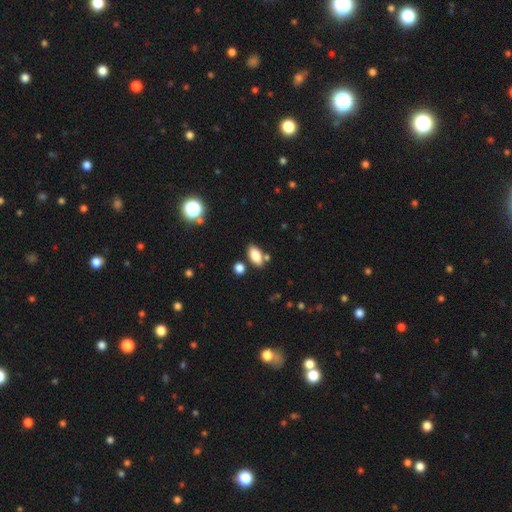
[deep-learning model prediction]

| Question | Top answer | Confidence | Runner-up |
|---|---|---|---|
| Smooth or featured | smooth | 82% | star or artifact (9%) |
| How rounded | in between | 88% | cigar-shaped (8%) |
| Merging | none | 76% | minor disturbance (12%) |